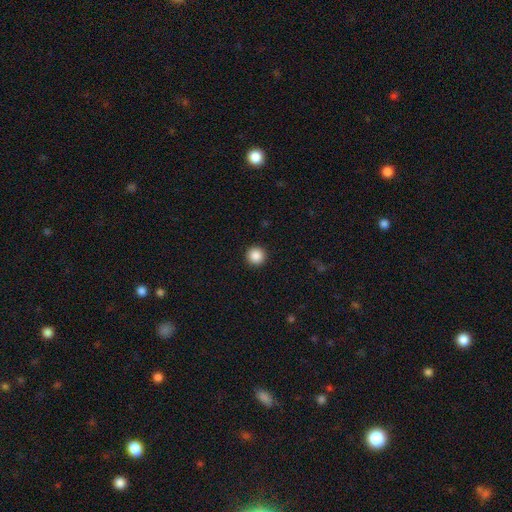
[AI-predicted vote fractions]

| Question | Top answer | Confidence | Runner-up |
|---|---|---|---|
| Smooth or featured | smooth | 88% | star or artifact (9%) |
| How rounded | round | 96% | in between (3%) |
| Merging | none | 93% | minor disturbance (4%) |